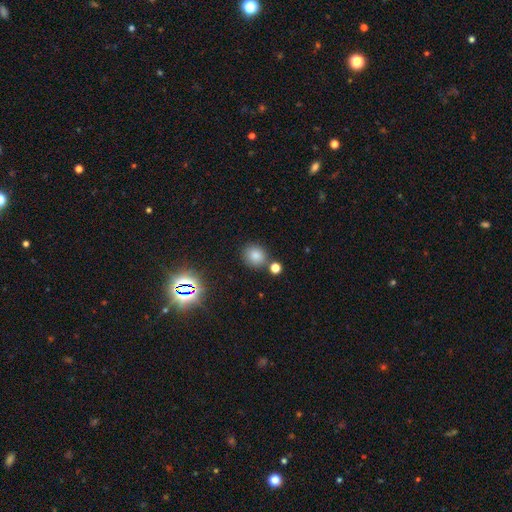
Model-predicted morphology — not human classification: smooth-or-featured: smooth: 79% | star or artifact: 15% | featured or disk: 6%
  how-rounded: round: 81% | in between: 18% | cigar-shaped: 1%
  merging: none: 77% | merger: 10% | minor disturbance: 10% | major disturbance: 3%